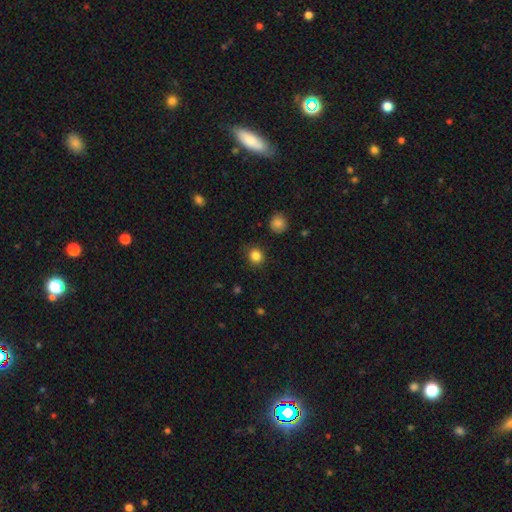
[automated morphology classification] Smooth or featured? Predicted: smooth (p=0.84). How rounded? Predicted: round (p=0.84). Merging? Predicted: none (p=0.87).